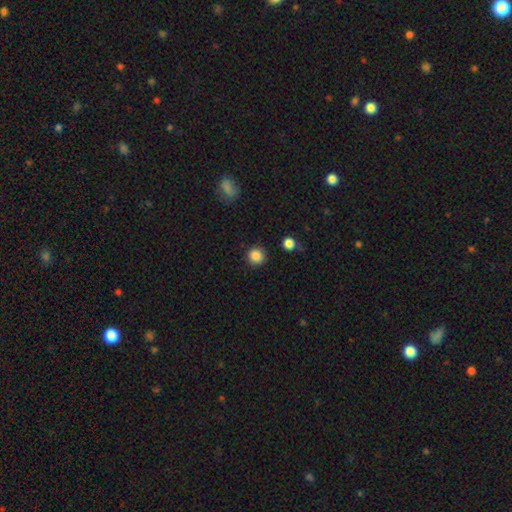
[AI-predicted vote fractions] A smooth galaxy with no disk features (86%) that is round (93%).

Vote fractions:
- Smooth or featured? smooth: 86% / star or artifact: 10% / featured or disk: 3%
- How rounded? round: 93% / in between: 7% / cigar-shaped: 1%
- Merging? none: 89% / minor disturbance: 7% / major disturbance: 2% / merger: 2%